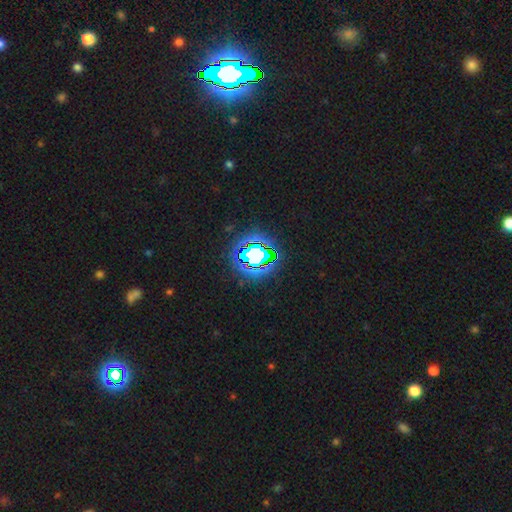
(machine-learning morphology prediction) Q: Smooth or featured?
A: star or artifact (67%); runner-up: smooth (19%)